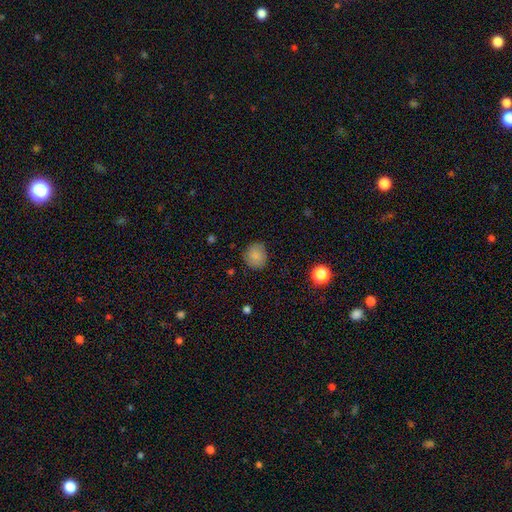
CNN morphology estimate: type=smooth (83%); roundness=round (85%); merging=none (82%).